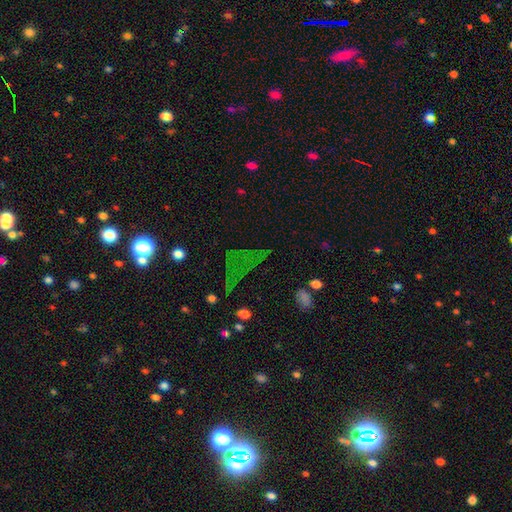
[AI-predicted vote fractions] smooth-or-featured: star or artifact: 55% | smooth: 27% | featured or disk: 17%